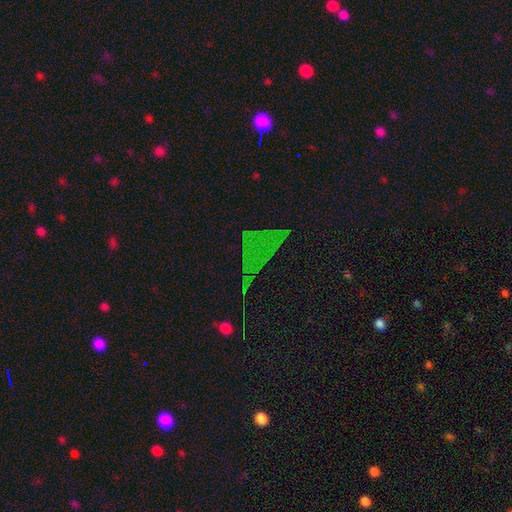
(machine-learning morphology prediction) Smooth or featured? Predicted: star or artifact (p=0.57).